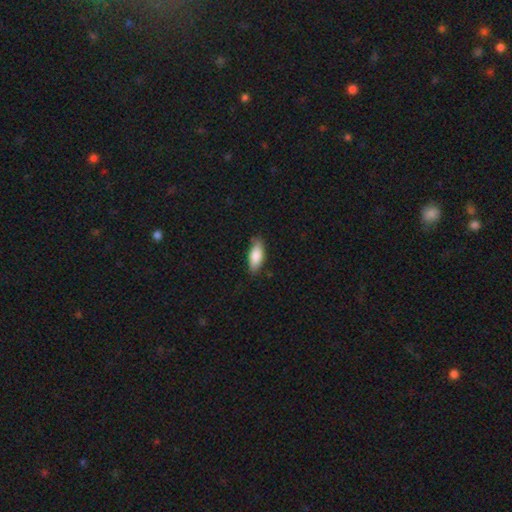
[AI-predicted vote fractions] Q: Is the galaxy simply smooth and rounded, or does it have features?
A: smooth — 83%.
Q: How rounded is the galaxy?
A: in between — 80%.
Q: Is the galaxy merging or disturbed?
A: none — 80%.